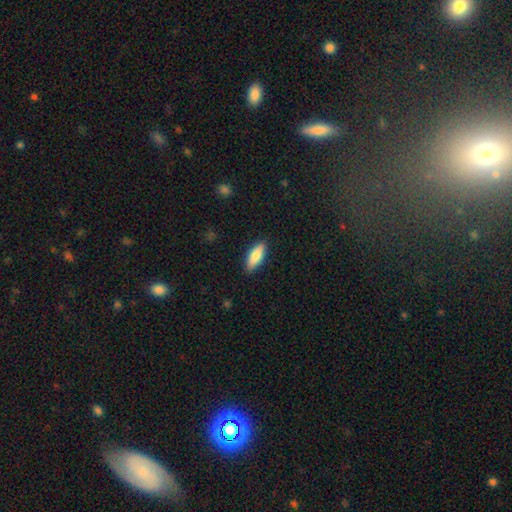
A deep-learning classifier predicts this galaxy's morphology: The model was most divided on "how rounded": in between: 69%, cigar-shaped: 29%, round: 2%. More confident: merging — none (88%); smooth or featured — smooth (82%).